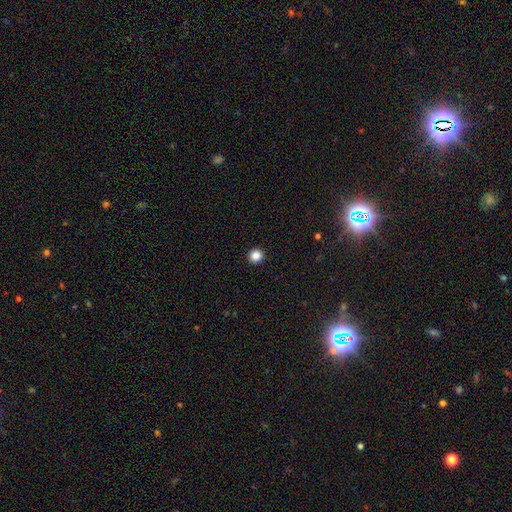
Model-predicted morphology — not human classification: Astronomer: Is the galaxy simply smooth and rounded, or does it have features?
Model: smooth — 85%.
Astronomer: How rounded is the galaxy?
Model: round — 94%.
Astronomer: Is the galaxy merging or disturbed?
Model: none — 94%.